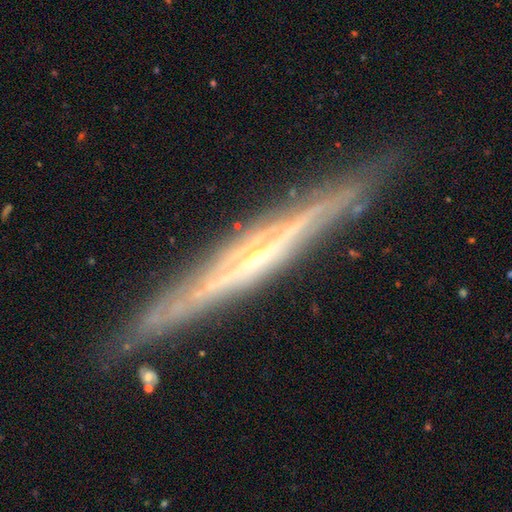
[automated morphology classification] This is clearly a featured or disk galaxy (86%). It is clearly viewed edge-on (95%). Edge-on bulge: likely rounded (61%). Merging: clearly none (88%).